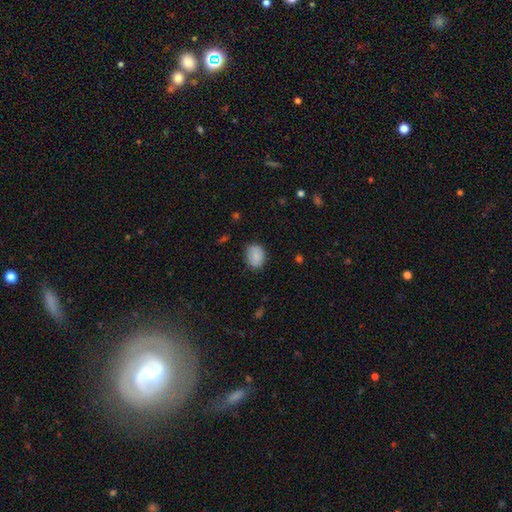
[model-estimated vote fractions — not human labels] smooth_or_featured: smooth (p=0.85) [alt: featured or disk p=0.08]
how_rounded: in between (p=0.56) [alt: round p=0.43]
merging: none (p=0.81) [alt: minor disturbance p=0.15]